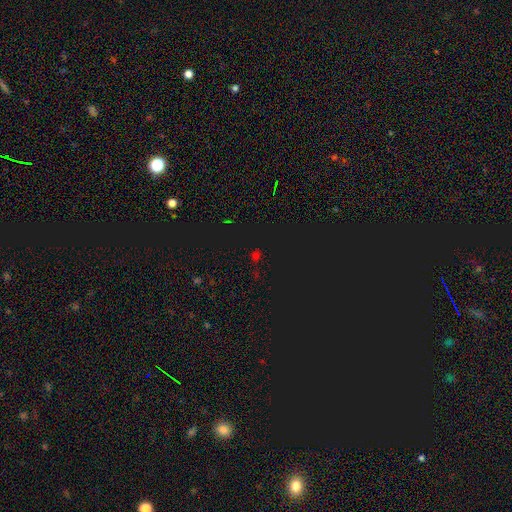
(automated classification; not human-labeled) Smooth or featured?
  - star or artifact: 62% *
  - smooth: 32%
  - featured or disk: 6%